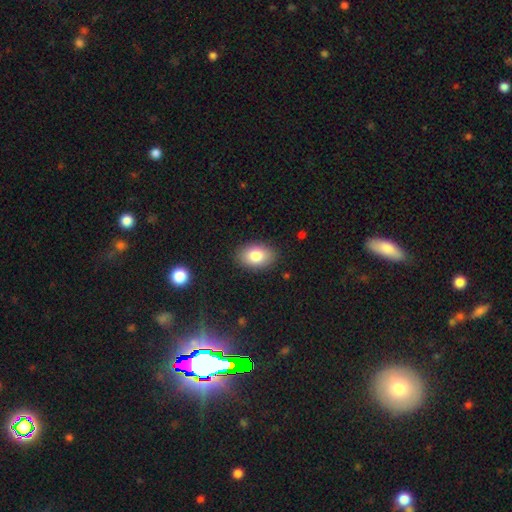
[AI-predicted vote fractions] This is clearly a smooth galaxy (83%). How rounded: clearly in between (88%). Merging: clearly none (87%).